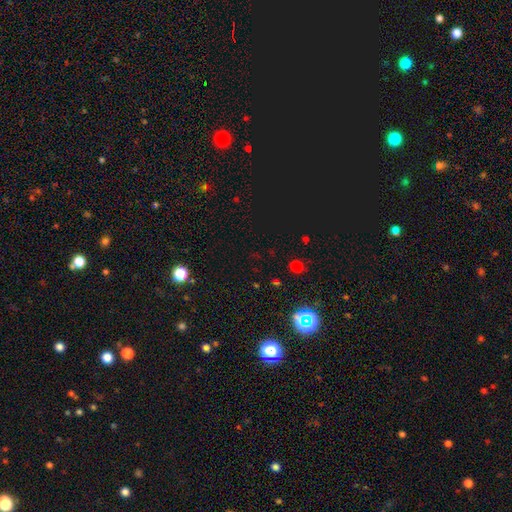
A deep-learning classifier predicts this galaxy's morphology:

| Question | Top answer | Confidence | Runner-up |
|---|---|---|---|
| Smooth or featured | star or artifact | 69% | smooth (24%) |